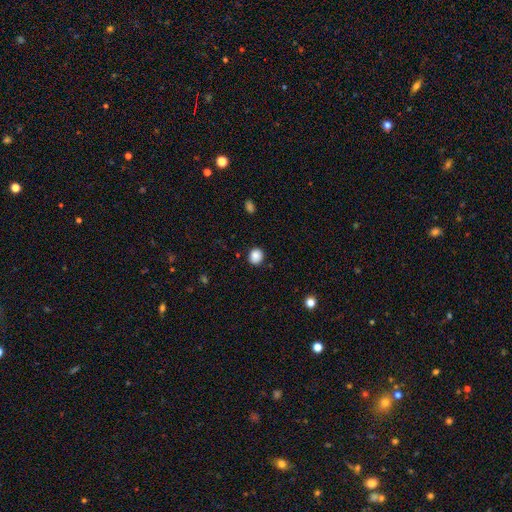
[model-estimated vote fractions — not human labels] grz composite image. It shows a smooth galaxy with no disk features (88%) that is round (82%). Merging: none (90%).